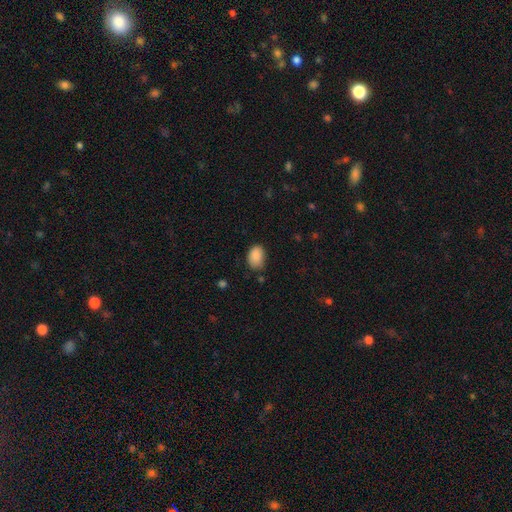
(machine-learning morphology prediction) Smooth or featured?
  - smooth: 88% *
  - star or artifact: 8%
  - featured or disk: 4%
How rounded?
  - in between: 82% *
  - round: 17%
  - cigar-shaped: 1%
Merging?
  - none: 70% *
  - minor disturbance: 24%
  - major disturbance: 5%
  - merger: 2%